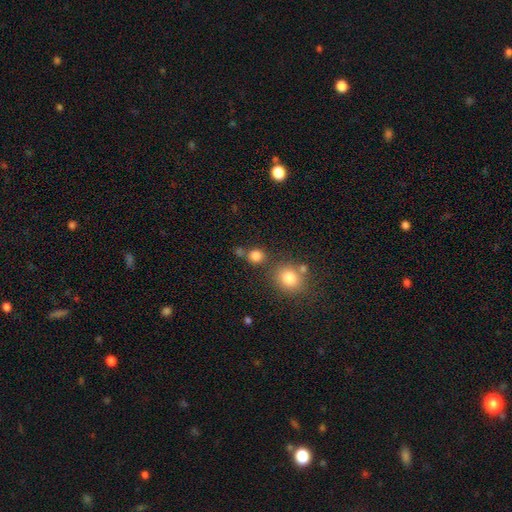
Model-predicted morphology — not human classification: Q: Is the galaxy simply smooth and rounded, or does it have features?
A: smooth — 82%.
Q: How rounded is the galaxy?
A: round — 82%.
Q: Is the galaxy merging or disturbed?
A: none — 70%.